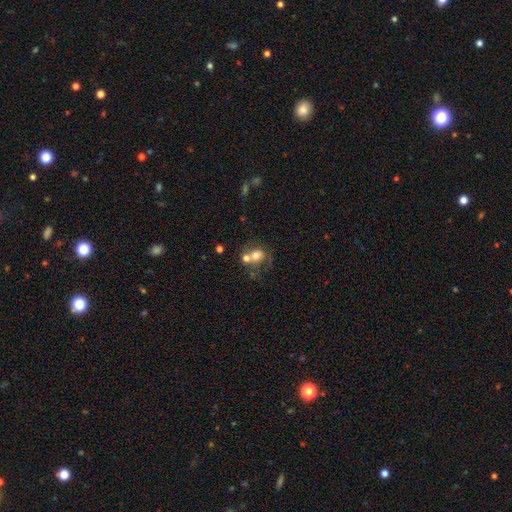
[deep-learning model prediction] Smooth or featured? Predicted: smooth (p=0.62). How rounded? Predicted: round (p=0.68). Merging? Predicted: merger (p=0.49).